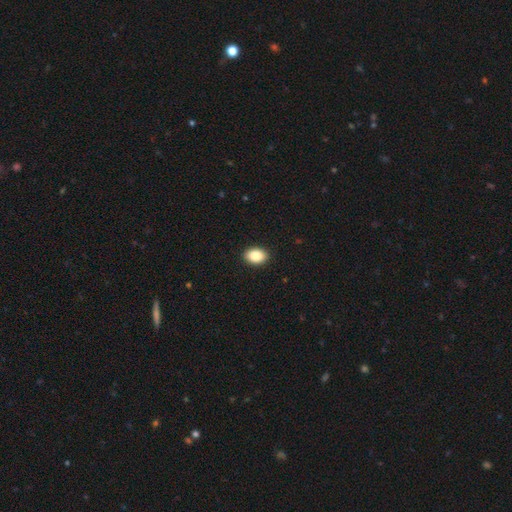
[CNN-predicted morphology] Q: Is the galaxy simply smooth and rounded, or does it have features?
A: smooth — 87%.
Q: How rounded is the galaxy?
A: in between — 81%.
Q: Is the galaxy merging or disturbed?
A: none — 91%.